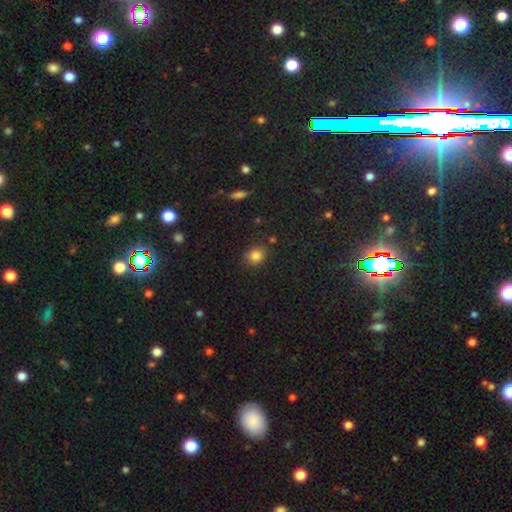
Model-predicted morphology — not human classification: Smooth or featured: smooth — 83% (star or artifact — 12%)
How rounded: round — 69% (in between — 30%)
Merging: none — 81% (minor disturbance — 13%)